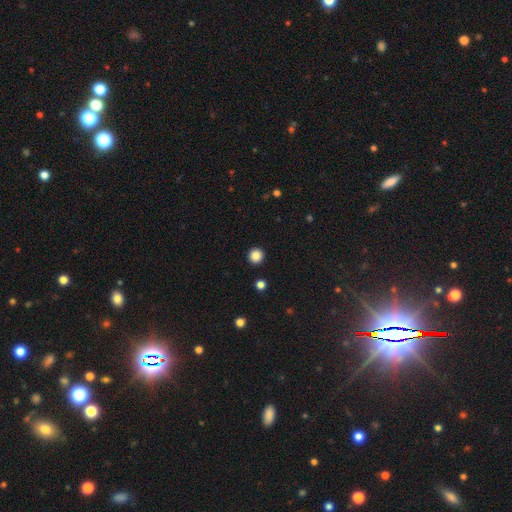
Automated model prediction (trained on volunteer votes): A smooth galaxy with no disk features (86%) that is round (96%).

Vote fractions:
- Smooth or featured? smooth: 86% / star or artifact: 11% / featured or disk: 3%
- How rounded? round: 96% / in between: 3% / cigar-shaped: 1%
- Merging? none: 93% / minor disturbance: 4% / major disturbance: 1% / merger: 1%